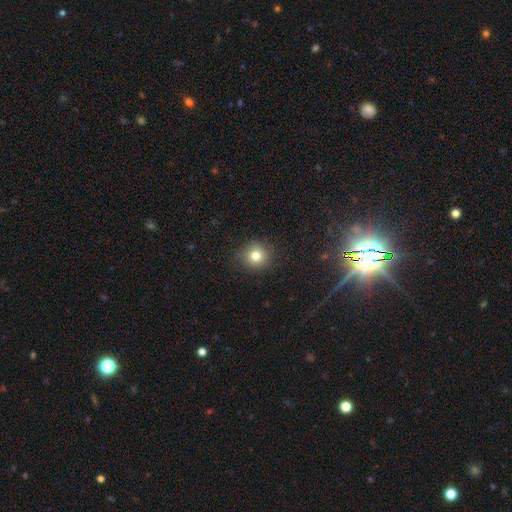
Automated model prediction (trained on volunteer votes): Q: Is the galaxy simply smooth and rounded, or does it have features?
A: smooth — 78%.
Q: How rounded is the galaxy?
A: round — 92%.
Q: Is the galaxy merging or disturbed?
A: none — 88%.